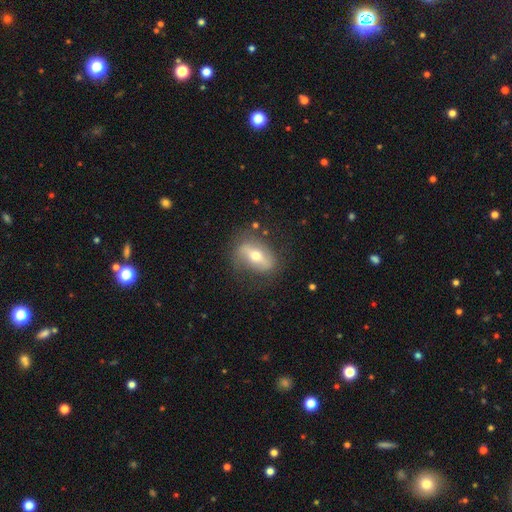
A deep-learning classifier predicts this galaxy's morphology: The model was most divided on "smooth or featured": featured or disk: 58%, smooth: 35%, star or artifact: 8%. More confident: edge-on disk — no (80%); merging — none (70%).